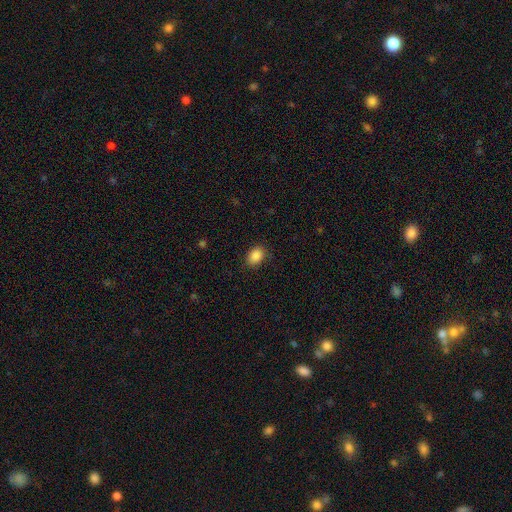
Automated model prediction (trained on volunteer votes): smooth_or_featured: smooth (p=0.88) [alt: star or artifact p=0.09]
how_rounded: in between (p=0.76) [alt: round p=0.23]
merging: none (p=0.85) [alt: minor disturbance p=0.11]